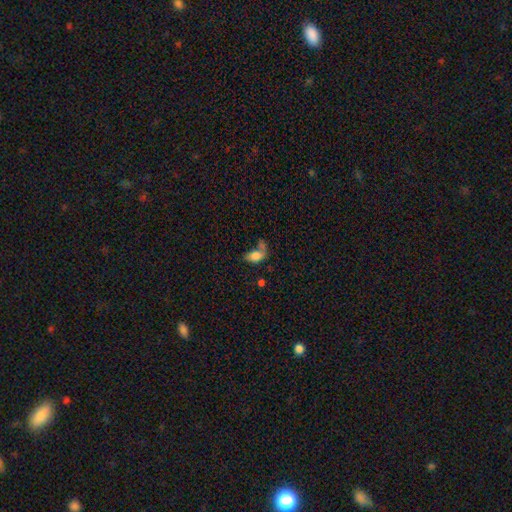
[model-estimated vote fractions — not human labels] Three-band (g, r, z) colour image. It shows a smooth galaxy with no disk features (73%) that is in between round and cigar-shaped (87%). Merging: merger (34%).